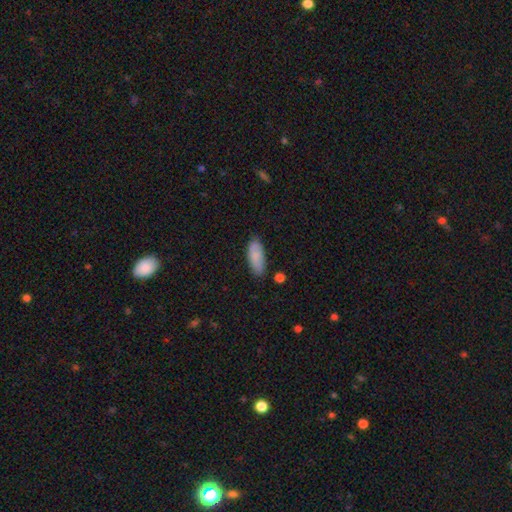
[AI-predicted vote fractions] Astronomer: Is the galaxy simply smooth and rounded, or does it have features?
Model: smooth — 82%.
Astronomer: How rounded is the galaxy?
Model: in between — 83%.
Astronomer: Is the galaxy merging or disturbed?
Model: none — 79%.